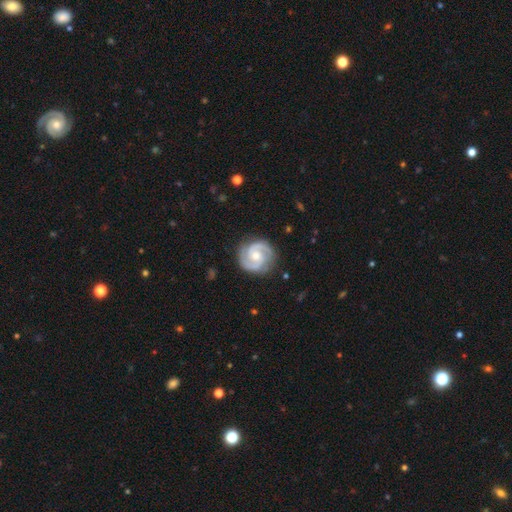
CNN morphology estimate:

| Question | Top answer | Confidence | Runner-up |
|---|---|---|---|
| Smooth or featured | featured or disk | 91% | smooth (5%) |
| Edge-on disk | no | 98% | yes (2%) |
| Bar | no | 55% | weak (36%) |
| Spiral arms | yes | 98% | no (2%) |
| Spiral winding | tight | 52% | medium (42%) |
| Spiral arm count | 2 | 93% | 3 (2%) |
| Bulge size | moderate | 56% | small (38%) |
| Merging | none | 85% | minor disturbance (11%) |